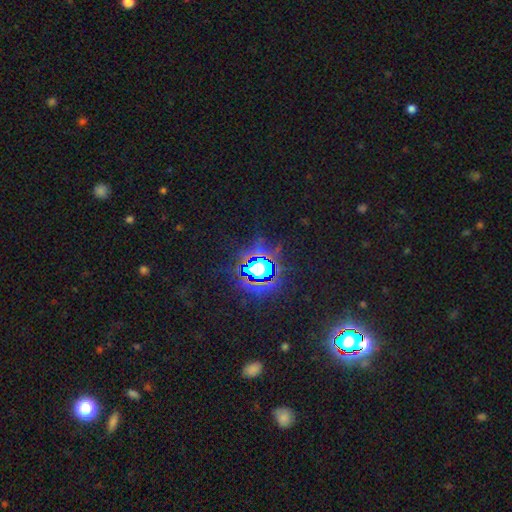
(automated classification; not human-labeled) Smooth or featured? star or artifact (81%)